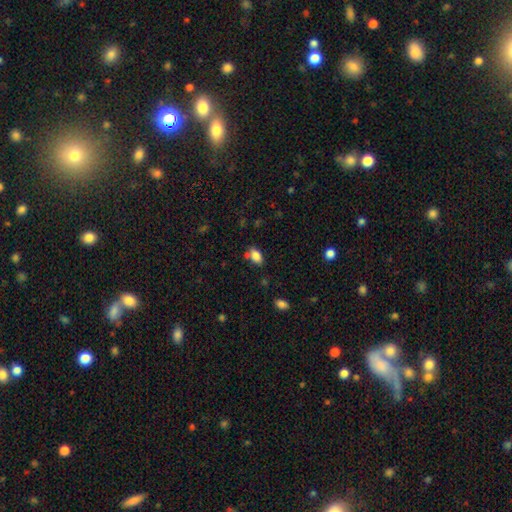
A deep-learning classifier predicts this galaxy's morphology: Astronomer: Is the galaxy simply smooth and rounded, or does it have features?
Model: smooth — 84%.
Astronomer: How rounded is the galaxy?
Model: in between — 90%.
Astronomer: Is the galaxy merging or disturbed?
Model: none — 70%.